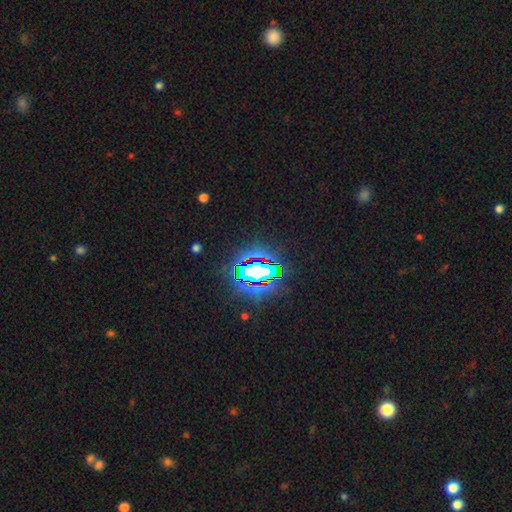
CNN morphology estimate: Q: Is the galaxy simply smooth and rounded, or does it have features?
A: star or artifact — 82%.